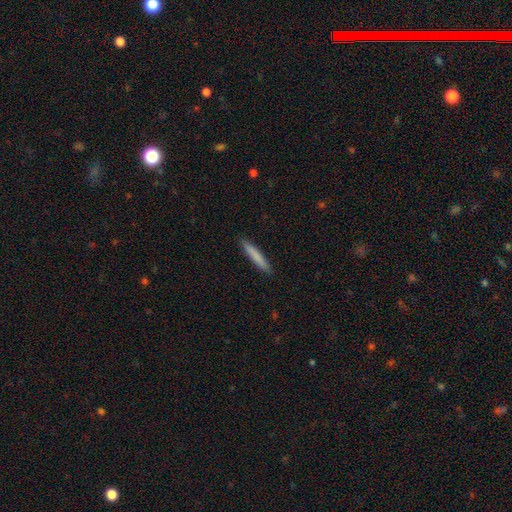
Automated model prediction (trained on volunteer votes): smooth 79%, featured or disk 15%, star or artifact 6%. Down the decision tree: how rounded — cigar-shaped (95%); merging — none (91%).